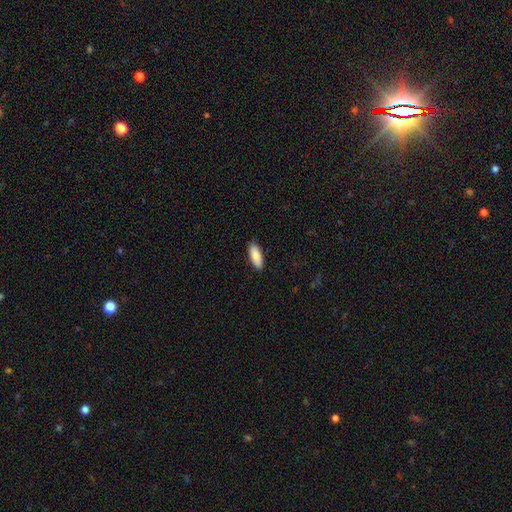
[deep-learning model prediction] Smooth or featured?
  - smooth: 87% *
  - featured or disk: 8%
  - star or artifact: 6%
How rounded?
  - in between: 73% *
  - cigar-shaped: 25%
  - round: 2%
Merging?
  - none: 89% *
  - minor disturbance: 9%
  - major disturbance: 2%
  - merger: 1%